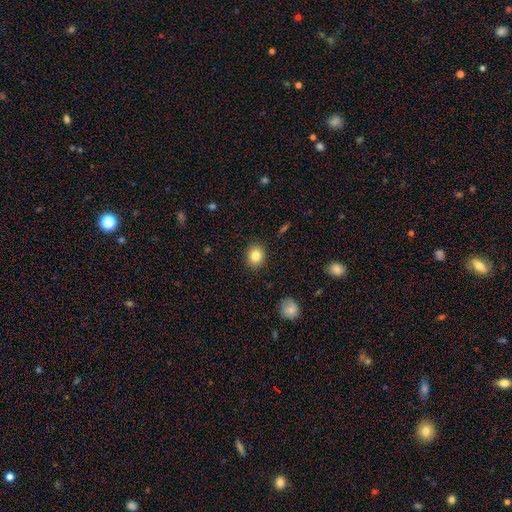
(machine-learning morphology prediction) This is clearly a smooth galaxy (83%). How rounded: likely round (66%). Merging: clearly none (89%).